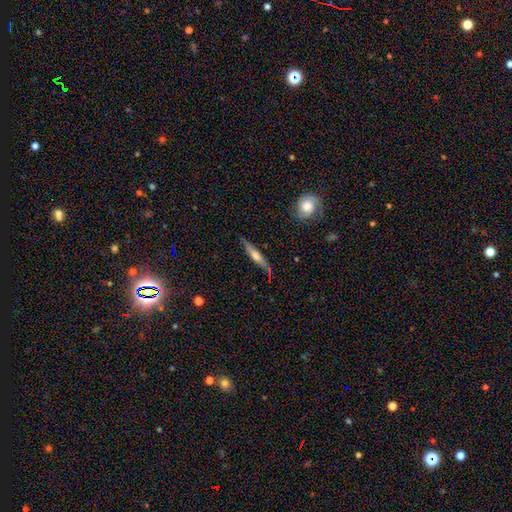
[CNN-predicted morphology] featured or disk 53%, smooth 41%, star or artifact 6%. Down the decision tree: edge-on disk — yes (89%); merging — none (80%).